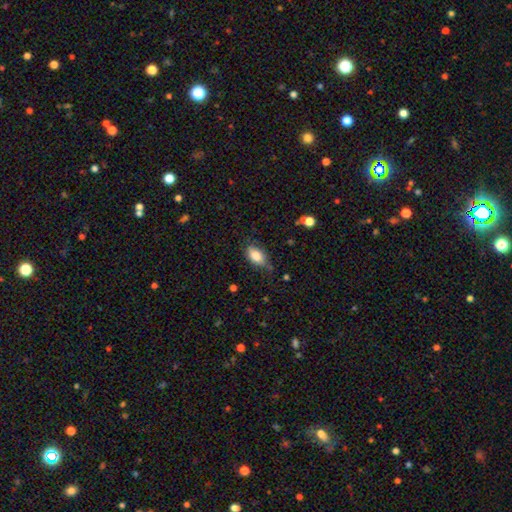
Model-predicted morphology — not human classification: type=smooth (82%); roundness=in between (90%); merging=none (68%).